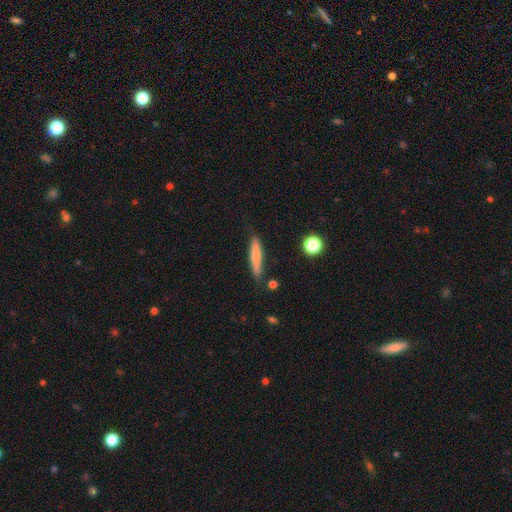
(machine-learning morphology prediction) Smooth or featured? smooth (71%)
How rounded? cigar-shaped (89%)
Merging? none (81%)